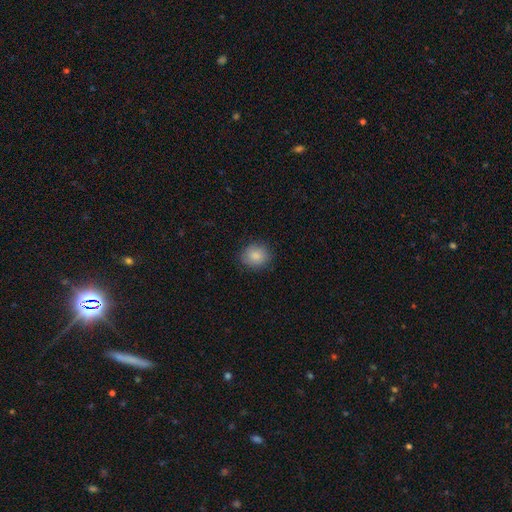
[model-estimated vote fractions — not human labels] Smooth or featured?
  - smooth: 86% *
  - star or artifact: 8%
  - featured or disk: 6%
How rounded?
  - round: 78% *
  - in between: 21%
  - cigar-shaped: 1%
Merging?
  - none: 84% *
  - minor disturbance: 12%
  - major disturbance: 3%
  - merger: 1%